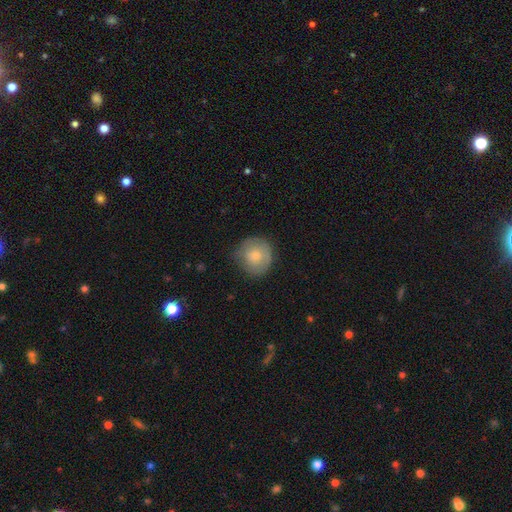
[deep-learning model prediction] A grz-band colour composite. It shows a smooth galaxy with no disk features (70%) that is round (91%). Merging: none (70%).